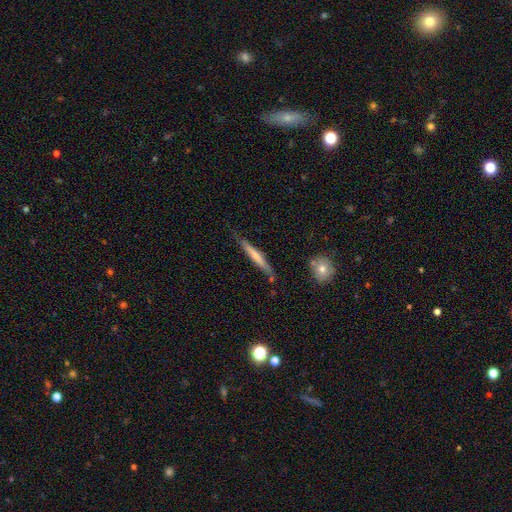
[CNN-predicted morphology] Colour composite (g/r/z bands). It shows a smooth galaxy with no disk features (49%). Merging: none (72%).